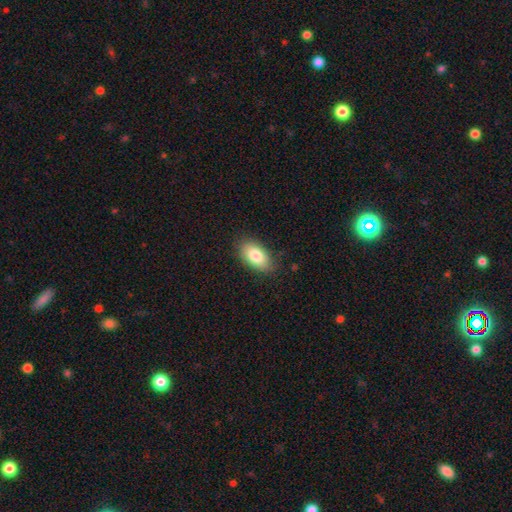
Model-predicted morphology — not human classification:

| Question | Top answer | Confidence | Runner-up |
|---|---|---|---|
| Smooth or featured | smooth | 83% | featured or disk (11%) |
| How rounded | in between | 93% | round (4%) |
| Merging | none | 85% | minor disturbance (12%) |